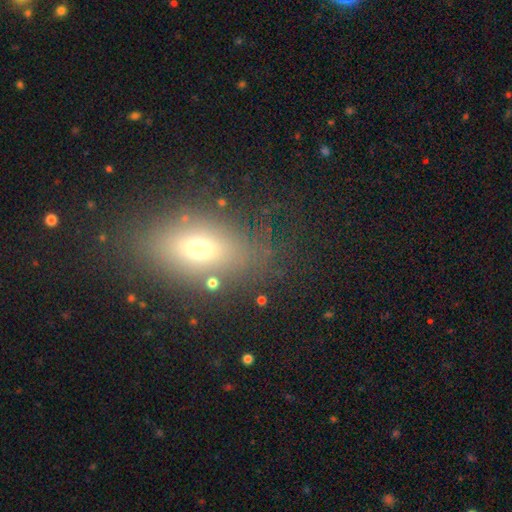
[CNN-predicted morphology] smooth 58%, featured or disk 22%, star or artifact 20%. Down the decision tree: how rounded — in between (77%); merging — none (80%).